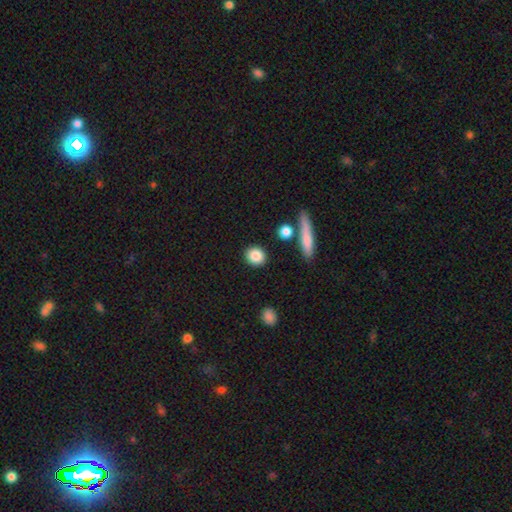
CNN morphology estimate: Q: Smooth or featured?
A: smooth (86%); runner-up: star or artifact (8%)
Q: How rounded?
A: round (80%); runner-up: in between (18%)
Q: Merging?
A: none (87%); runner-up: minor disturbance (7%)